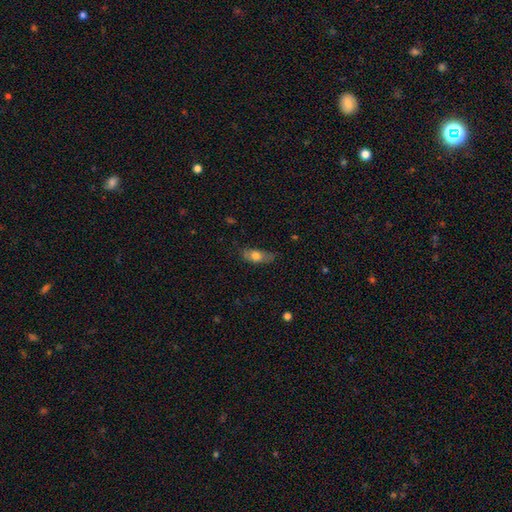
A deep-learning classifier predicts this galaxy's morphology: Q: Smooth or featured?
A: smooth (71%); runner-up: featured or disk (21%)
Q: How rounded?
A: in between (77%); runner-up: cigar-shaped (18%)
Q: Merging?
A: none (66%); runner-up: minor disturbance (26%)